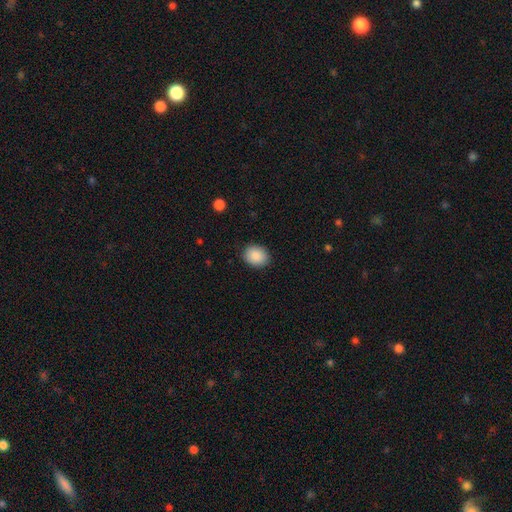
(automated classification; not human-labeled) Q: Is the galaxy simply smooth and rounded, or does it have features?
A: smooth — 89%.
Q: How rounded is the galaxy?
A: in between — 52%.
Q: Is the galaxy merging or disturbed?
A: none — 88%.